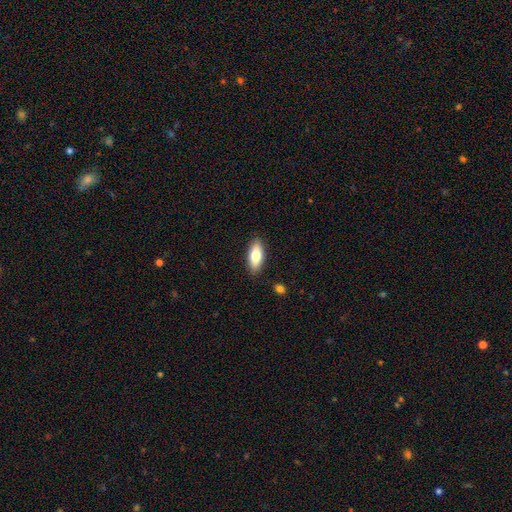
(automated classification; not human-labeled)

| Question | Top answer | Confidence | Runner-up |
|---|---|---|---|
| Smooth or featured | smooth | 76% | featured or disk (18%) |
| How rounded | in between | 78% | cigar-shaped (19%) |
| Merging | none | 88% | minor disturbance (9%) |